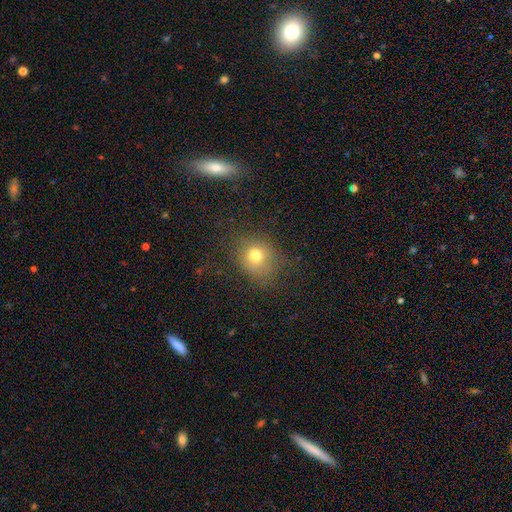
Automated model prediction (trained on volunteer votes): A smooth galaxy with no disk features (71%) that is round (73%). Merging: none (72%).